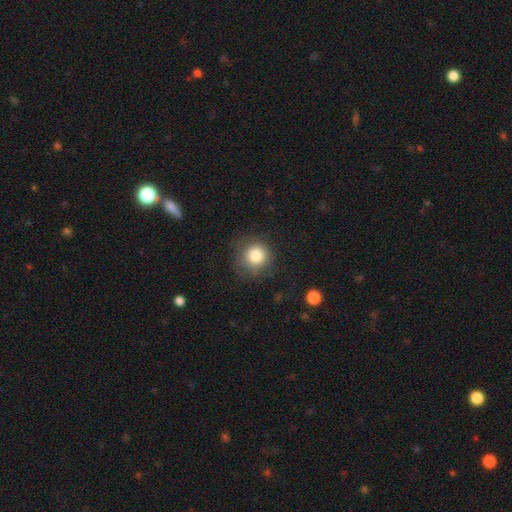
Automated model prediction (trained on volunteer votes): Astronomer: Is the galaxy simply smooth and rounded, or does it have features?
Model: smooth — 81%.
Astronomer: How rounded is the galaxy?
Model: round — 92%.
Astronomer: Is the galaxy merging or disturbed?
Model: none — 76%.